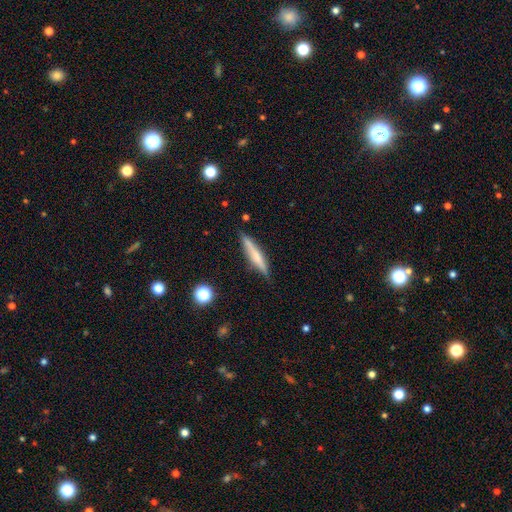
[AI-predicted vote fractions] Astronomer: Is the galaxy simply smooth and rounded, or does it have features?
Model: smooth — 52% (runner-up: featured or disk, 41%).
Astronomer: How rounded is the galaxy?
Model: cigar-shaped — 90%.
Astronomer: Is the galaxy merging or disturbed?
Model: none — 85%.